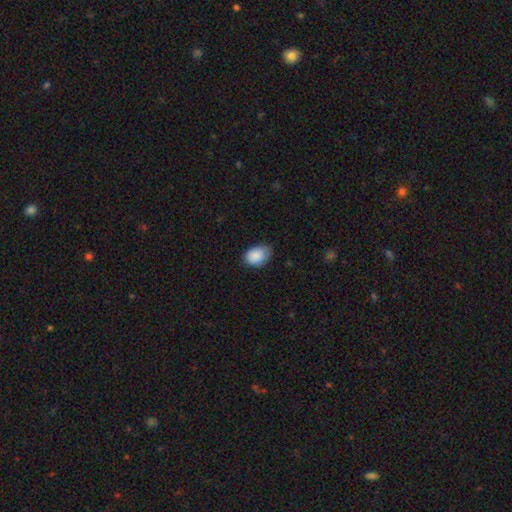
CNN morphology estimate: type=smooth (88%); roundness=in between (79%); merging=none (63%).